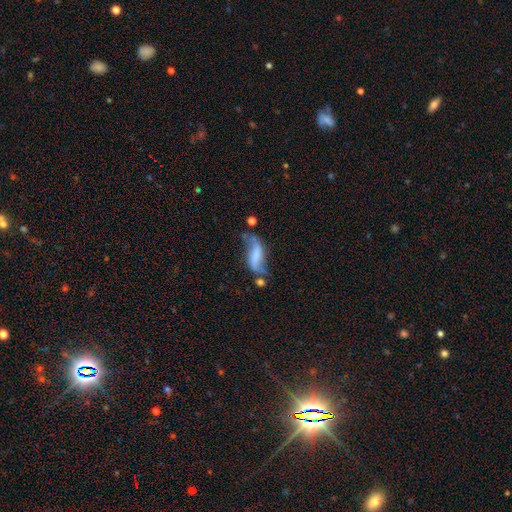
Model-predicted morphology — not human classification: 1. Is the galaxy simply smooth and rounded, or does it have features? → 60% featured or disk, 31% smooth, 9% star or artifact.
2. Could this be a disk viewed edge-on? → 87% no, 13% yes.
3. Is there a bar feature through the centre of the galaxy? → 38% strong, 32% no, 30% weak.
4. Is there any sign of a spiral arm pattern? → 79% yes, 21% no.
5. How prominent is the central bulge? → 52% none, 23% small, 15% moderate, 7% large, 3% dominant.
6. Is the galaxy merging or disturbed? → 38% none, 26% minor disturbance, 21% major disturbance, 15% merger.